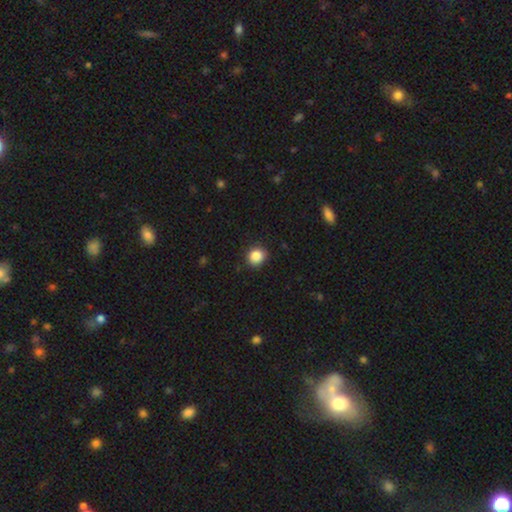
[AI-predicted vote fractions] This is clearly a smooth galaxy (87%). How rounded: clearly round (83%). Merging: clearly none (87%).